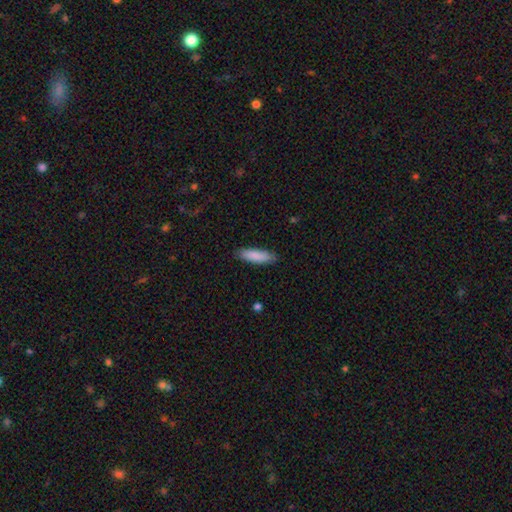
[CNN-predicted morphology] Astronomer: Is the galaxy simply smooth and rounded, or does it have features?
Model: smooth — 88%.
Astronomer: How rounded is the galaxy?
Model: cigar-shaped — 61% (runner-up: in between, 38%).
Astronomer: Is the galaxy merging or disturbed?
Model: none — 86%.